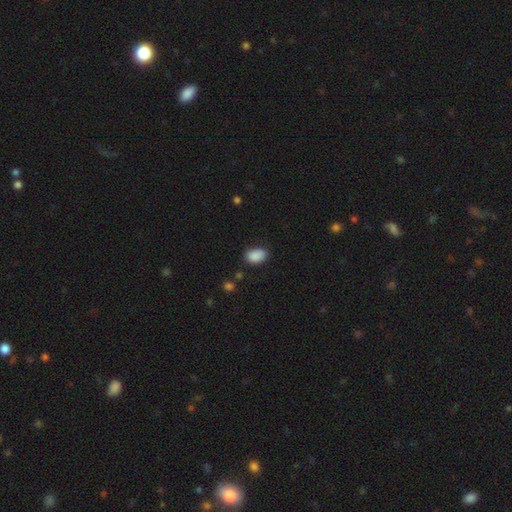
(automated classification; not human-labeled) Overall: smooth (88%). How rounded: in between (86%). Merging: none (75%).